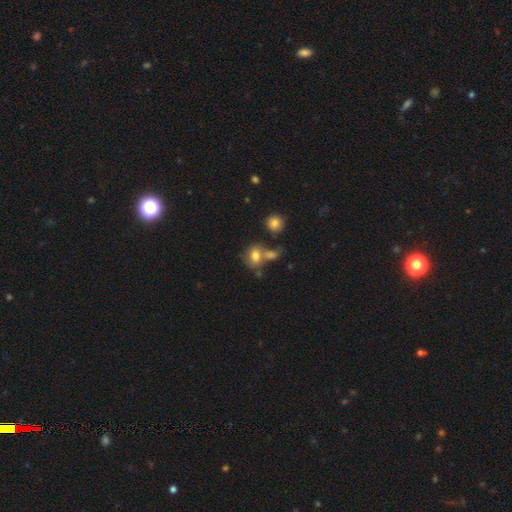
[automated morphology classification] Smooth or featured? Predicted: smooth (p=0.75). How rounded? Predicted: in between (p=0.57). Merging? Predicted: none (p=0.43).